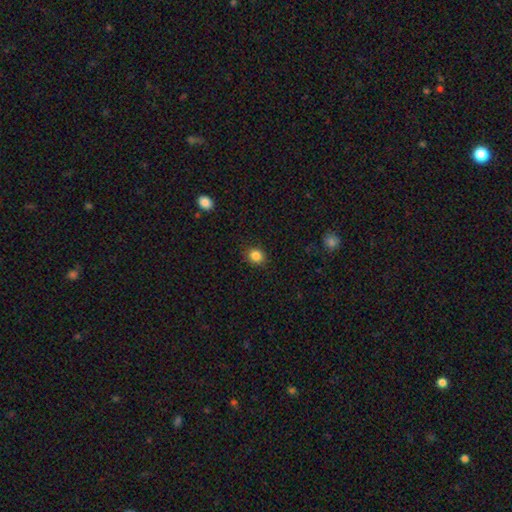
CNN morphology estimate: The model was most divided on "how rounded": round: 69%, in between: 31%, cigar-shaped: 1%. More confident: merging — none (89%); smooth or featured — smooth (85%).